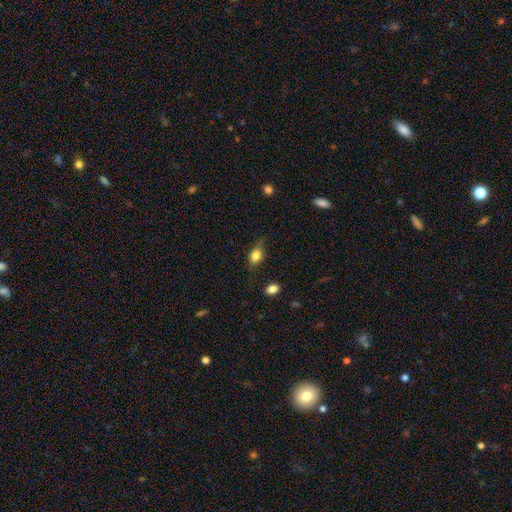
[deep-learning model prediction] This is likely a smooth galaxy (80%). How rounded: likely in between (67%). Merging: likely none (64%).